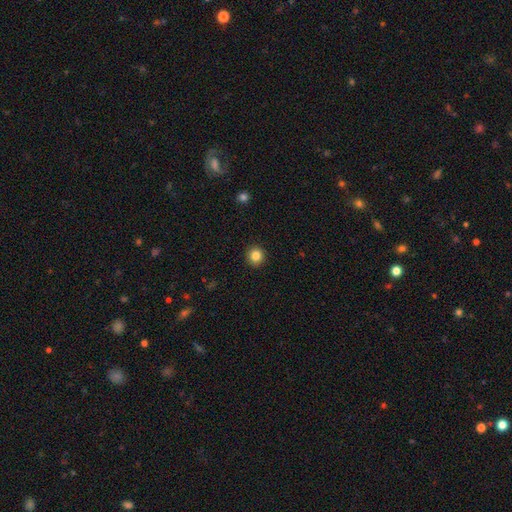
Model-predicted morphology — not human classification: Overall: smooth (84%). How rounded: round (92%). Merging: none (93%).